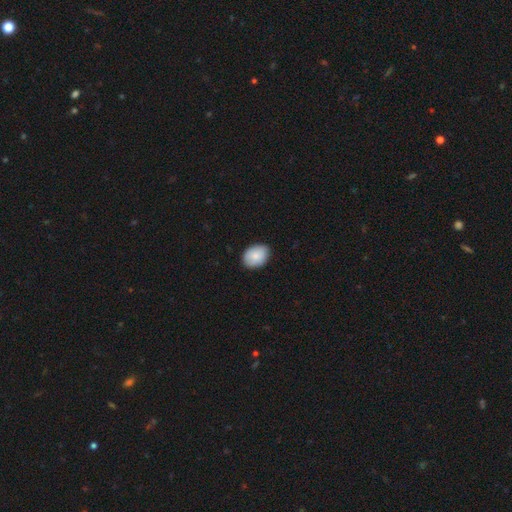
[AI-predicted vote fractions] Smooth or featured? smooth (86%)
How rounded? in between (71%)
Merging? none (86%)